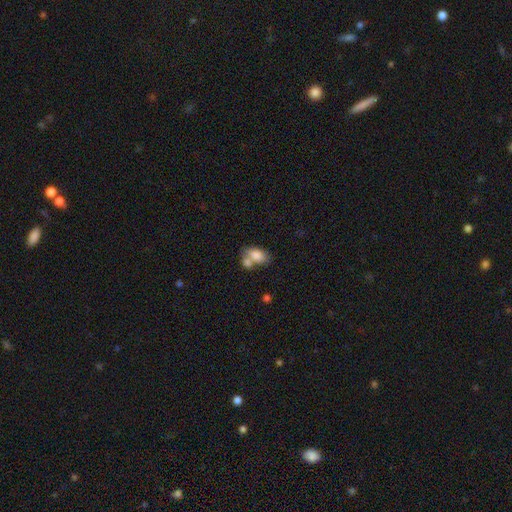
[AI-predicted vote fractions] smooth-or-featured: smooth: 81% | featured or disk: 12% | star or artifact: 7%
  how-rounded: in between: 89% | round: 9% | cigar-shaped: 2%
  merging: merger: 48% | none: 36% | minor disturbance: 12% | major disturbance: 5%